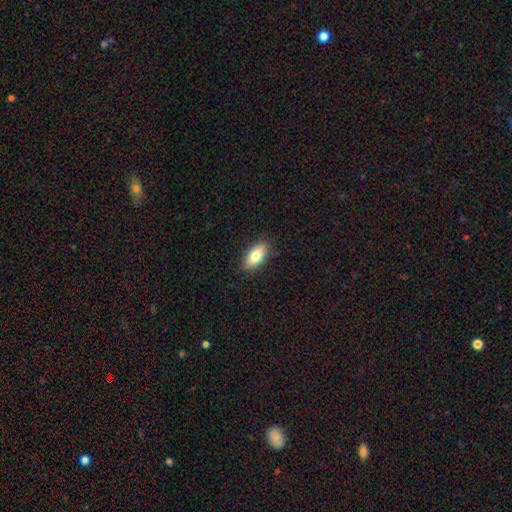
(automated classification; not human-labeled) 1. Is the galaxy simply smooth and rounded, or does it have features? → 79% smooth, 14% featured or disk, 7% star or artifact.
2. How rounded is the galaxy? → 88% in between, 9% cigar-shaped, 3% round.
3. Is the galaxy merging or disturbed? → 88% none, 9% minor disturbance, 2% major disturbance, 1% merger.